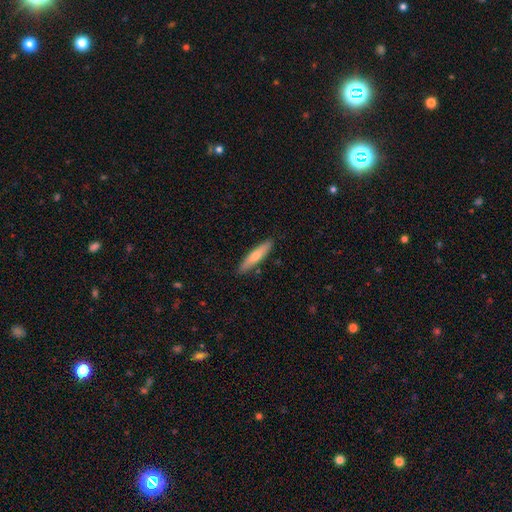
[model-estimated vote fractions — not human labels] Smooth or featured? smooth (66%)
How rounded? cigar-shaped (83%)
Merging? none (87%)